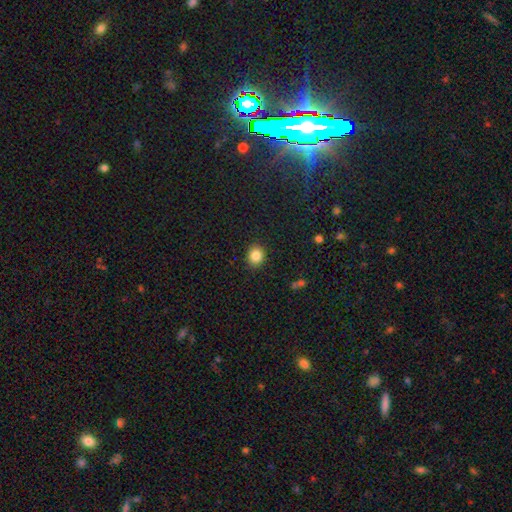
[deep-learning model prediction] smooth 86%, star or artifact 10%, featured or disk 4%. Down the decision tree: how rounded — round (68%); merging — none (89%).